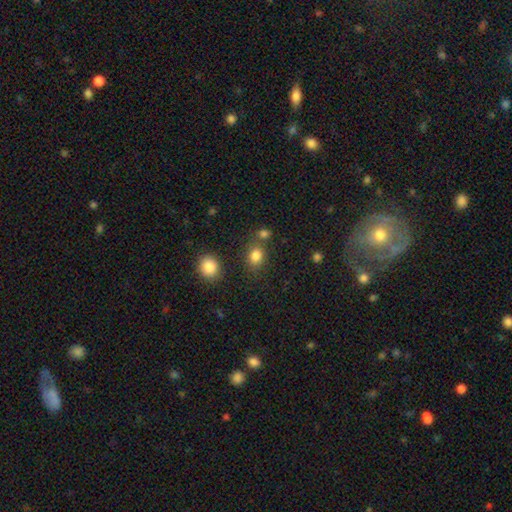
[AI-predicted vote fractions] Q: Smooth or featured?
A: smooth (83%); runner-up: star or artifact (12%)
Q: How rounded?
A: in between (51%); runner-up: round (47%)
Q: Merging?
A: none (69%); runner-up: merger (14%)